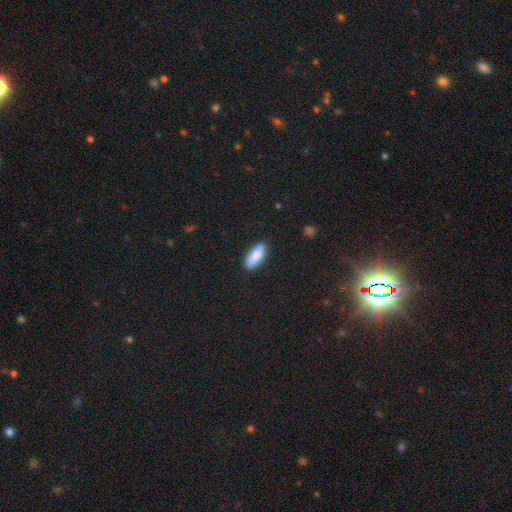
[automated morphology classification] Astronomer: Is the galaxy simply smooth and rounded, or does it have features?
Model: smooth — 83%.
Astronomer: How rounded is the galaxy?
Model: in between — 68%.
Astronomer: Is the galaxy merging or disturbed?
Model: none — 87%.